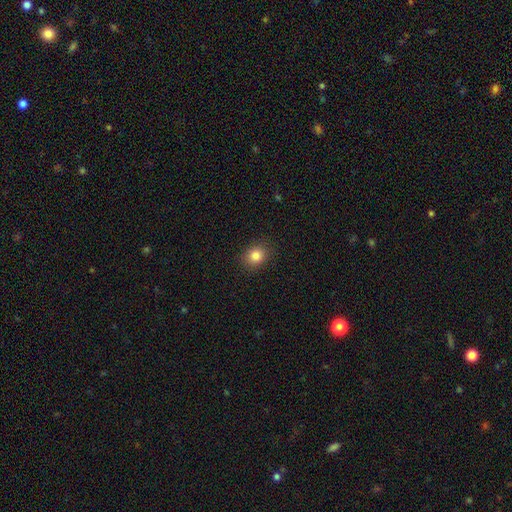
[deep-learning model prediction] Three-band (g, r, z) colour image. It shows a smooth galaxy with no disk features (83%) that is round (64%). Merging: none (88%).